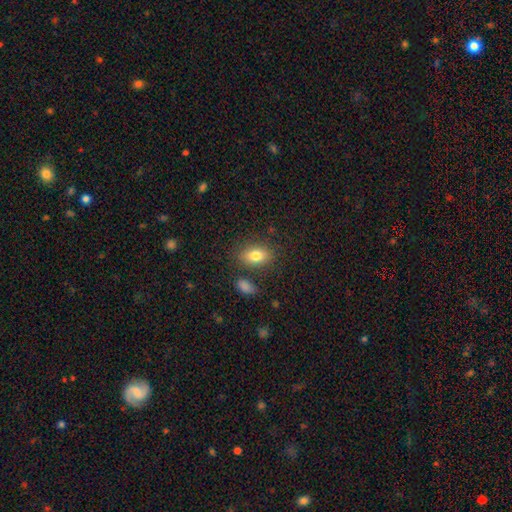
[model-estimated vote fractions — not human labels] Morphology: type=smooth (82%); roundness=in between (84%); merging=none (77%).